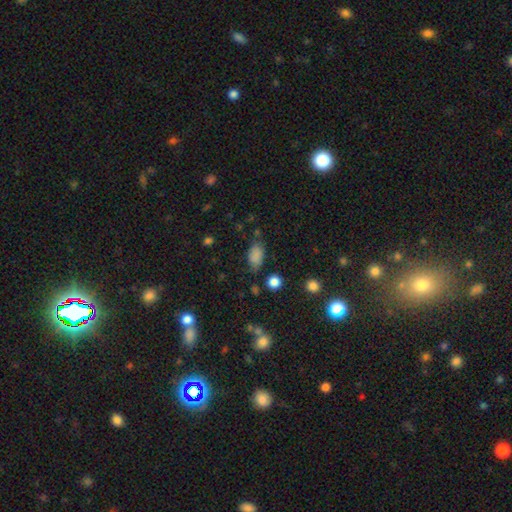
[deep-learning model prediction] The model was most divided on "merging": none: 66%, minor disturbance: 24%, major disturbance: 7%, merger: 4%. More confident: how rounded — in between (90%); smooth or featured — smooth (82%).